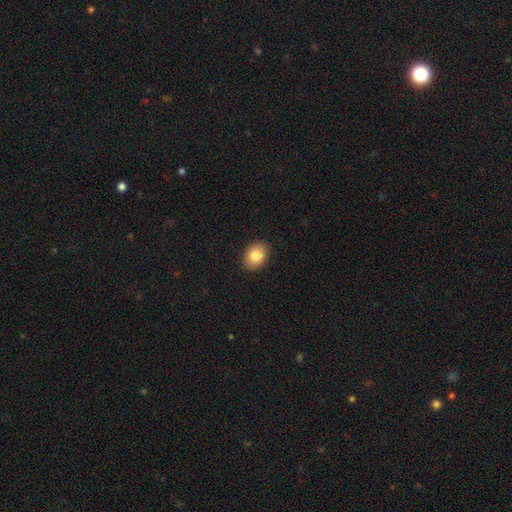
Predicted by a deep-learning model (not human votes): Morphology: type=smooth (84%); roundness=in between (69%); merging=none (90%).